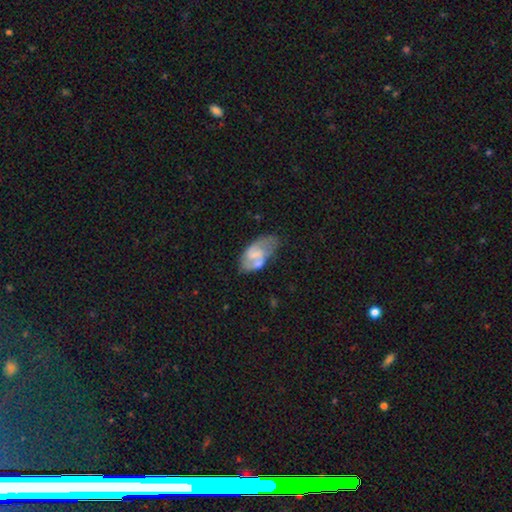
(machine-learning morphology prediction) Smooth or featured?
  - featured or disk: 59% *
  - smooth: 34%
  - star or artifact: 7%
Edge-on disk?
  - no: 96% *
  - yes: 4%
Bar?
  - weak: 48% *
  - no: 33%
  - strong: 19%
Spiral arms?
  - yes: 73% *
  - no: 27%
Bulge size?
  - none: 36% *
  - small: 31%
  - moderate: 24%
  - large: 7%
  - dominant: 2%
Merging?
  - none: 44% *
  - minor disturbance: 30%
  - major disturbance: 16%
  - merger: 9%